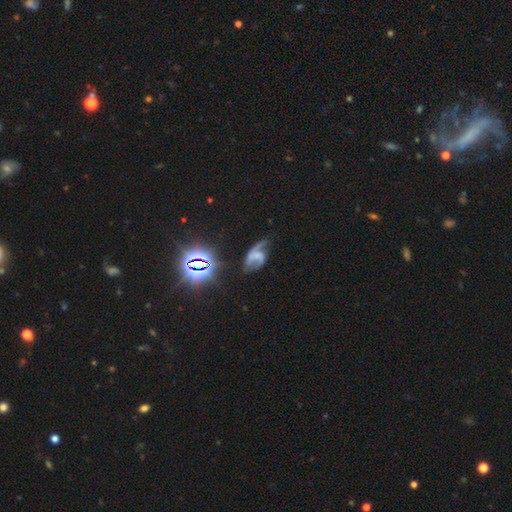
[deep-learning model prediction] Overall: featured or disk (68%). Edge-on disk: no (97%). Bar: no (50%; weak 34%). Spiral arms: yes (85%). Spiral arm count: 2 (79%). Spiral winding: loose (64%; medium 28%). Bulge size: none (48%; small 32%). Merging: none (40%; major disturbance 29%).